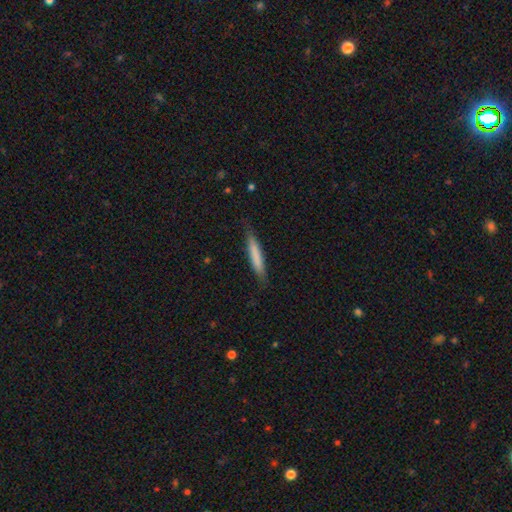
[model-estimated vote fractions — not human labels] A smooth galaxy with no disk features (74%) that is cigar-shaped (93%). Merging: none (83%).